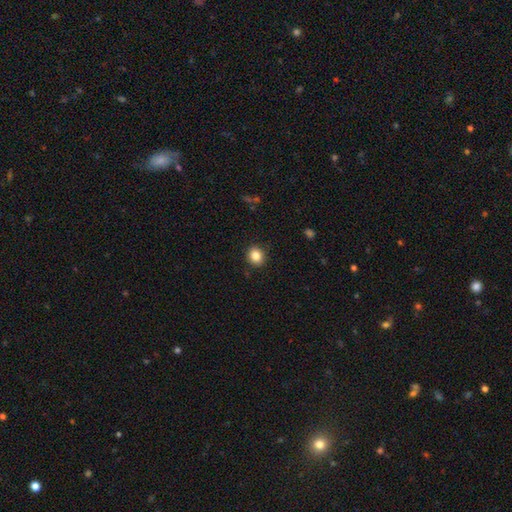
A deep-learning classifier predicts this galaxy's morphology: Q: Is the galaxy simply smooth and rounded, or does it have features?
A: smooth — 84%.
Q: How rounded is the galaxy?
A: round — 74%.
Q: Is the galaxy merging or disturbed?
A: none — 90%.